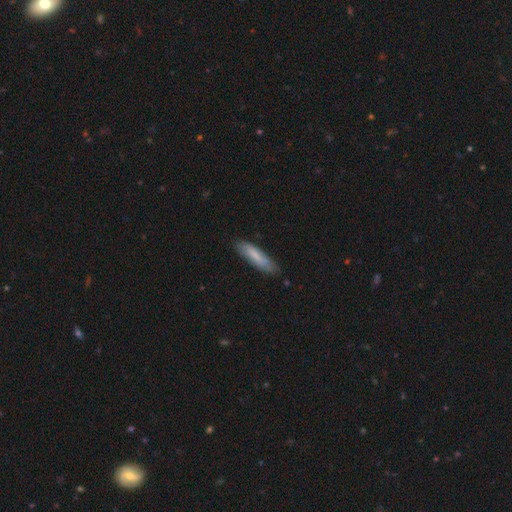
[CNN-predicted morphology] The model was most divided on "how rounded": cigar-shaped: 73%, in between: 26%, round: 1%. More confident: merging — none (78%); smooth or featured — smooth (72%).